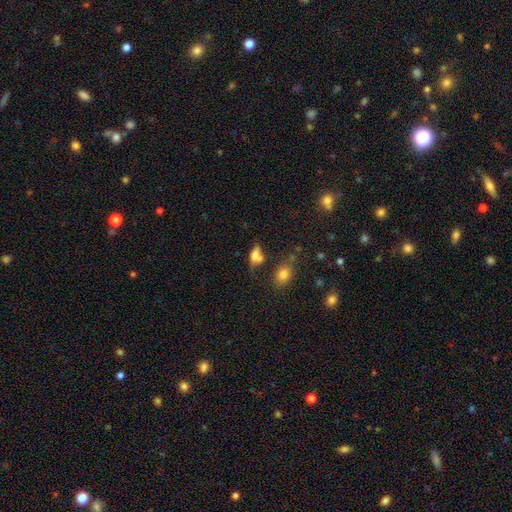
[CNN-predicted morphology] smooth-or-featured: smooth: 60% | featured or disk: 26% | star or artifact: 14%
  how-rounded: in between: 74% | cigar-shaped: 13% | round: 13%
  merging: none: 37% | merger: 28% | minor disturbance: 20% | major disturbance: 15%